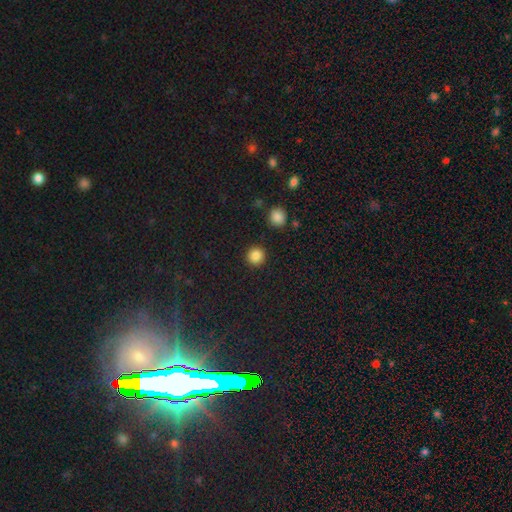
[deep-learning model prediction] A smooth galaxy with no disk features (86%) that is round (94%).

Vote fractions:
- Smooth or featured? smooth: 86% / star or artifact: 10% / featured or disk: 3%
- How rounded? round: 94% / in between: 5% / cigar-shaped: 1%
- Merging? none: 91% / minor disturbance: 5% / major disturbance: 2% / merger: 2%